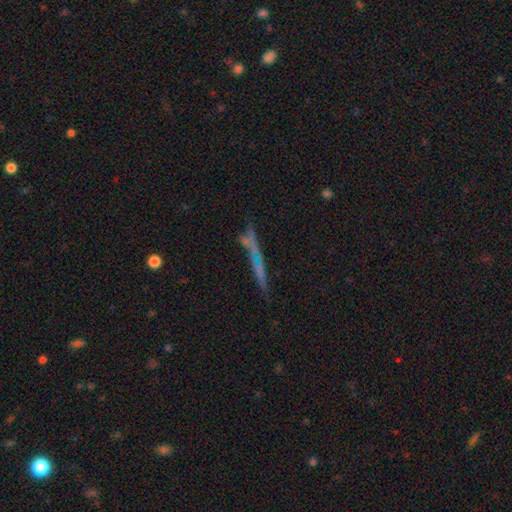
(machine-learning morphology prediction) The model was most divided on "smooth or featured": featured or disk: 44%, smooth: 37%, star or artifact: 19%. More confident: merging — none (61%).